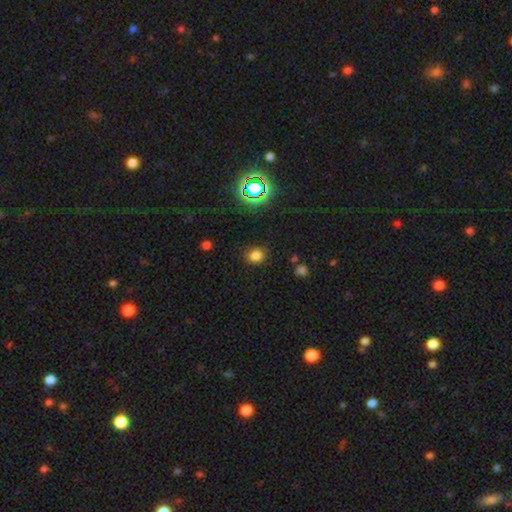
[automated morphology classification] A smooth galaxy with no disk features (75%) that is round (69%).

Vote fractions:
- Smooth or featured? smooth: 75% / star or artifact: 19% / featured or disk: 6%
- How rounded? round: 69% / in between: 30% / cigar-shaped: 1%
- Merging? none: 82% / minor disturbance: 13% / major disturbance: 4% / merger: 2%